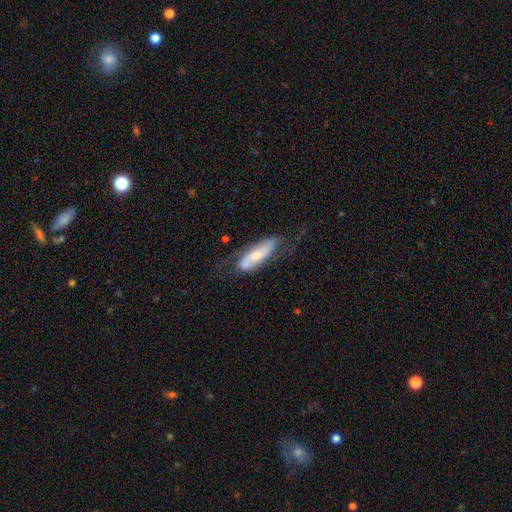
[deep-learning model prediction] Morphology: type=featured or disk (60%); edge-on=no (80%); merging=none (51%).